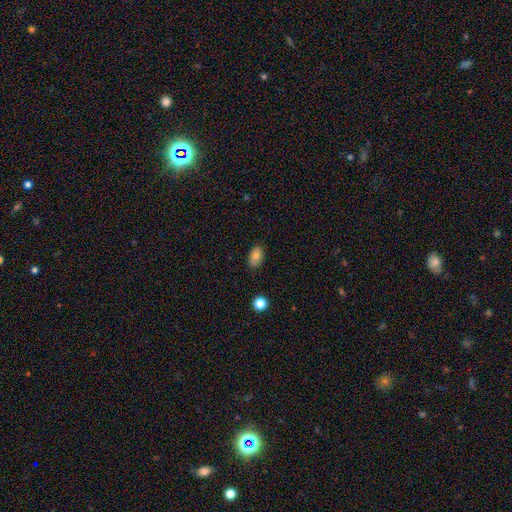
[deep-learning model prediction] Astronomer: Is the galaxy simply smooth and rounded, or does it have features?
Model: smooth — 79%.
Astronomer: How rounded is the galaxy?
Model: in between — 87%.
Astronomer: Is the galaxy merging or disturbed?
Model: none — 80%.